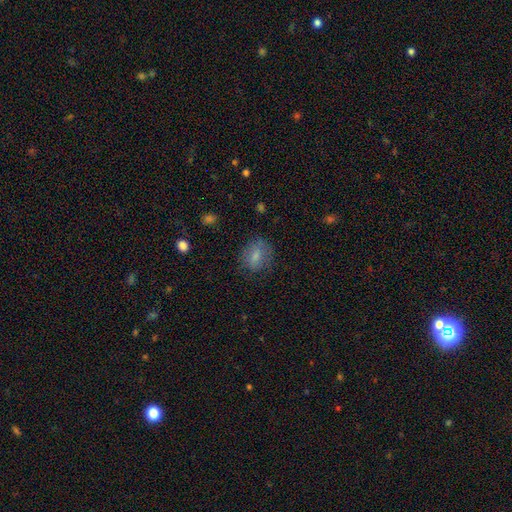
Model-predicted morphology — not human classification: Overall: smooth (75%). How rounded: in between (55%; round 44%). Merging: none (71%).